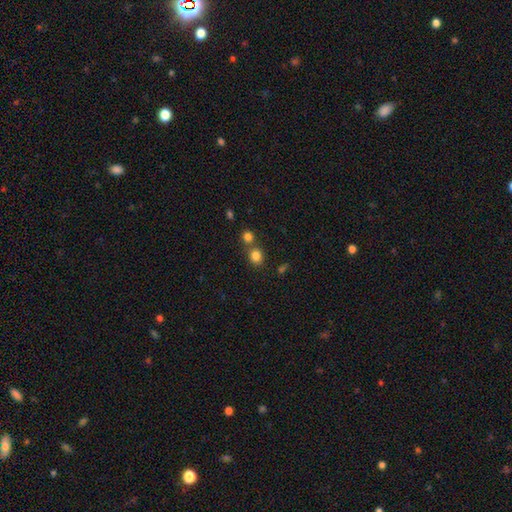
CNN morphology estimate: smooth_or_featured: smooth (p=0.82) [alt: star or artifact p=0.13]
how_rounded: round (p=0.76) [alt: in between p=0.23]
merging: none (p=0.62) [alt: merger p=0.28]